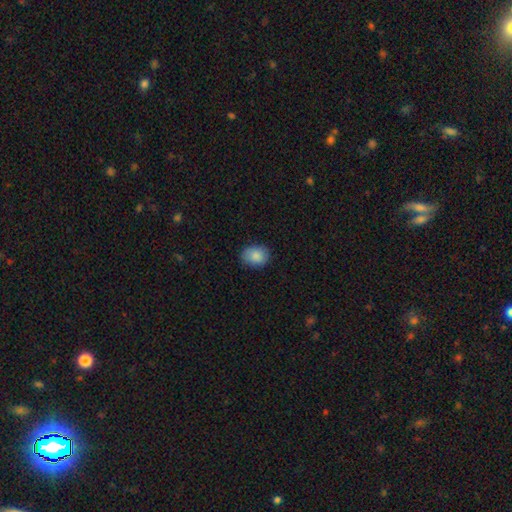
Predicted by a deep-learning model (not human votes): Smooth or featured? smooth (86%)
How rounded? round (50%)
Merging? none (82%)